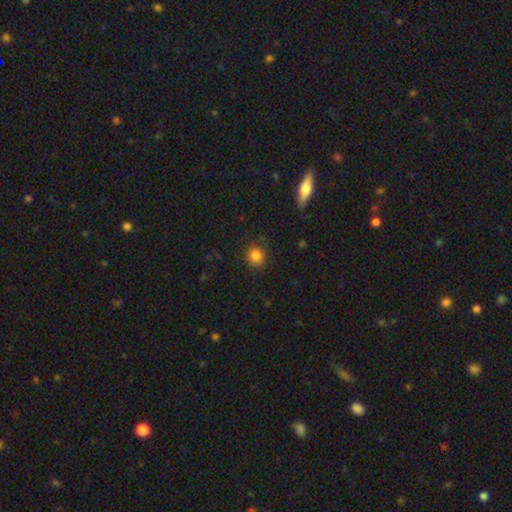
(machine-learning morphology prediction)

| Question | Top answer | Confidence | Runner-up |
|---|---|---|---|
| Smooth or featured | smooth | 84% | star or artifact (12%) |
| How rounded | round | 89% | in between (10%) |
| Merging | none | 87% | minor disturbance (9%) |